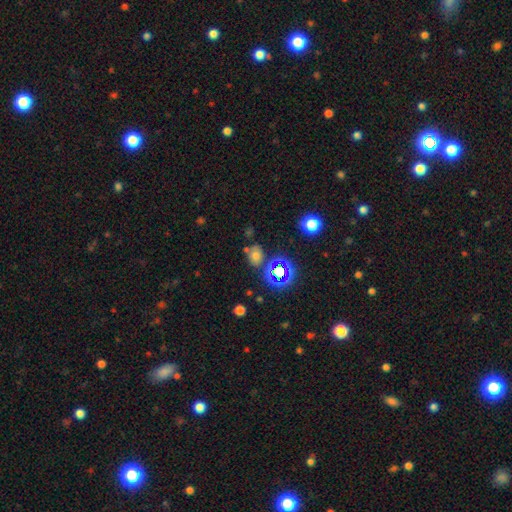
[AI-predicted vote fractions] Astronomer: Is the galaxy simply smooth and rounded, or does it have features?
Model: smooth — 56% (runner-up: star or artifact, 32%).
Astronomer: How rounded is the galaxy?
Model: in between — 52% (runner-up: round, 46%).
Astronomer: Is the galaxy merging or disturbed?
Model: none — 66%.